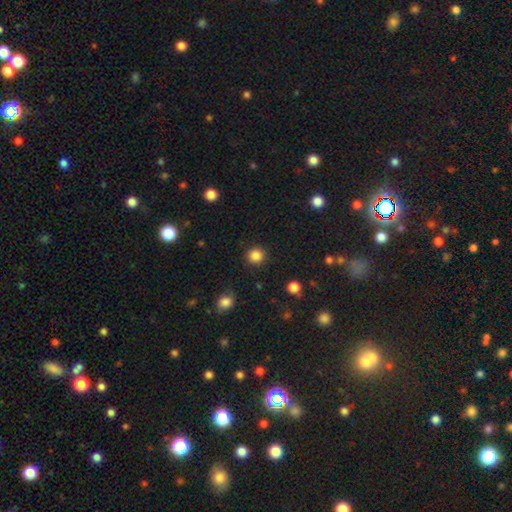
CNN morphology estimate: This appears to be a smooth galaxy with no disk features (85%) that is round (93%). Merging: none (91%).